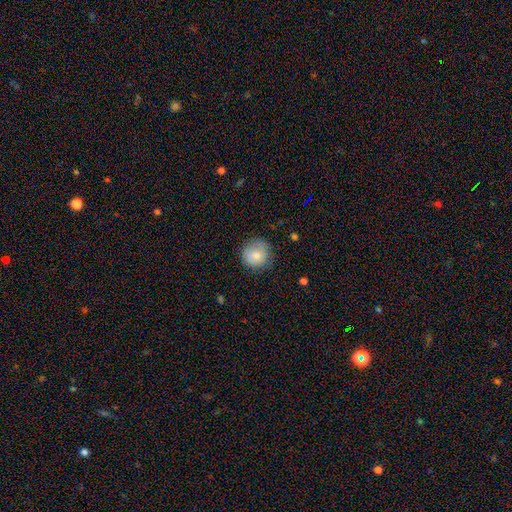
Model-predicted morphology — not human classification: smooth-or-featured: smooth: 78% | featured or disk: 13% | star or artifact: 8%
  how-rounded: round: 92% | in between: 7% | cigar-shaped: 1%
  merging: none: 79% | minor disturbance: 16% | major disturbance: 4% | merger: 1%